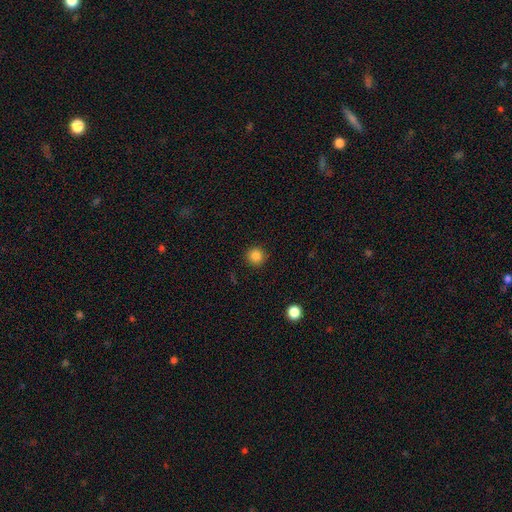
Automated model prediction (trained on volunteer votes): Smooth or featured: smooth — 85% (star or artifact — 11%)
How rounded: round — 95% (in between — 4%)
Merging: none — 91% (minor disturbance — 6%)